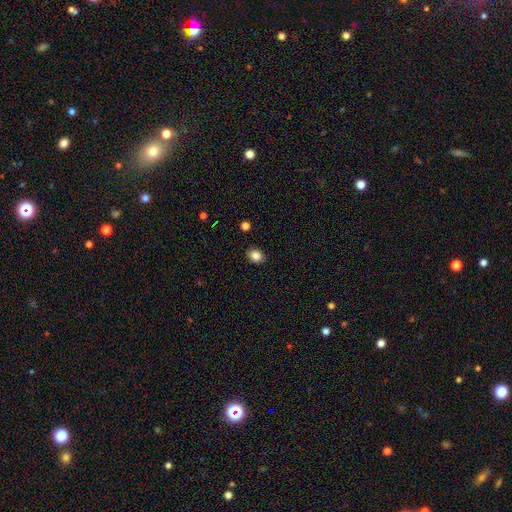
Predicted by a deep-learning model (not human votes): Smooth or featured?
  - smooth: 85% *
  - star or artifact: 10%
  - featured or disk: 5%
How rounded?
  - in between: 50% *
  - round: 49%
  - cigar-shaped: 1%
Merging?
  - none: 89% *
  - minor disturbance: 8%
  - major disturbance: 2%
  - merger: 1%